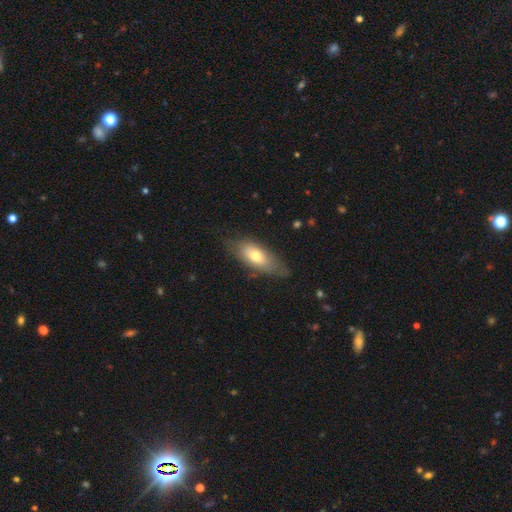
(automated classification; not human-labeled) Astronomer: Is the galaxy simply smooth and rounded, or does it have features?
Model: smooth — 64%.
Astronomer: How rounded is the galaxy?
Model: in between — 81%.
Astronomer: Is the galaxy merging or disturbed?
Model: none — 68%.